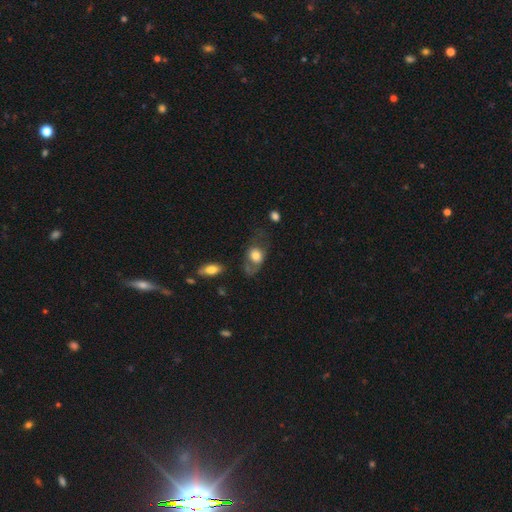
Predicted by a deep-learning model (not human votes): Morphology: type=smooth (68%); roundness=in between (59%); merging=none (35%).